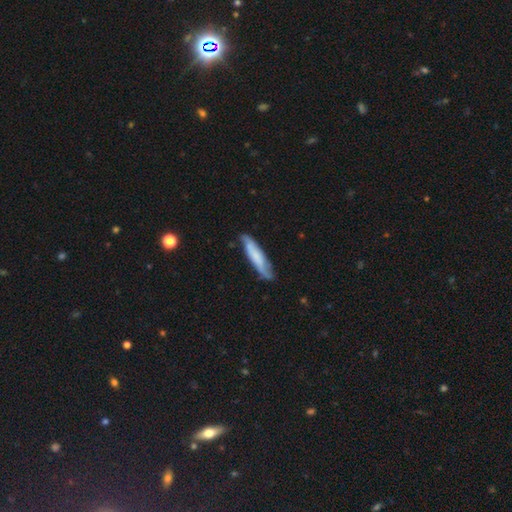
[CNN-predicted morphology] Q: Smooth or featured?
A: smooth (59%); runner-up: featured or disk (35%)
Q: How rounded?
A: cigar-shaped (84%); runner-up: in between (15%)
Q: Merging?
A: none (77%); runner-up: minor disturbance (18%)